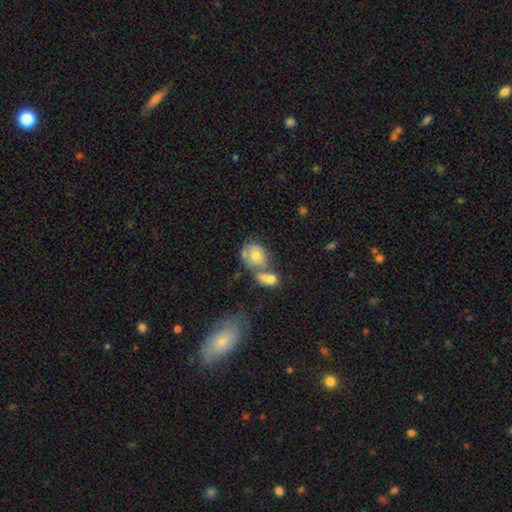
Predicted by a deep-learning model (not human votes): Overall: smooth (50%; star or artifact 30%). How rounded: in between (49%; round 42%). Merging: none (61%; merger 23%).